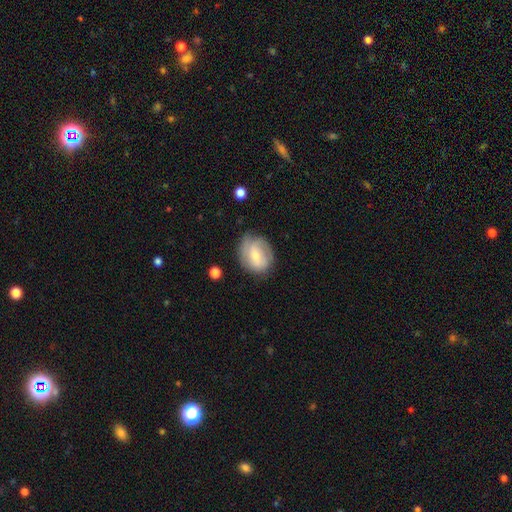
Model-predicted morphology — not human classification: smooth_or_featured: featured or disk (p=0.47) [alt: smooth p=0.46]
merging: none (p=0.64) [alt: minor disturbance p=0.25]